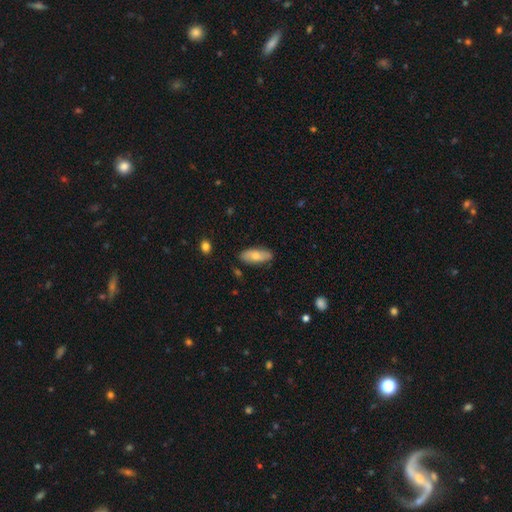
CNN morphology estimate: The model was most divided on "smooth or featured": smooth: 66%, featured or disk: 28%, star or artifact: 6%. More confident: merging — none (84%); how rounded — in between (79%).